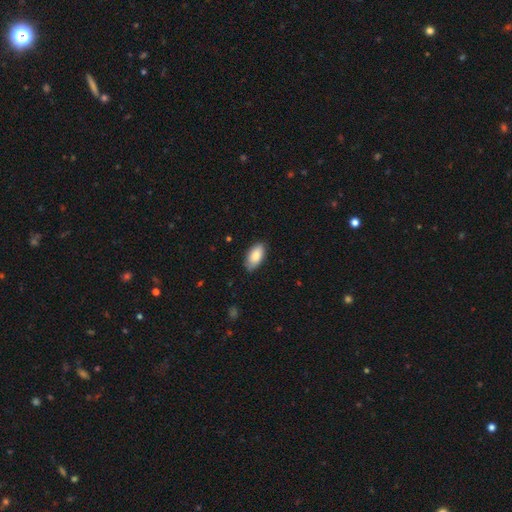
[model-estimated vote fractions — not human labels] Morphology: type=smooth (85%); roundness=in between (94%); merging=none (82%).